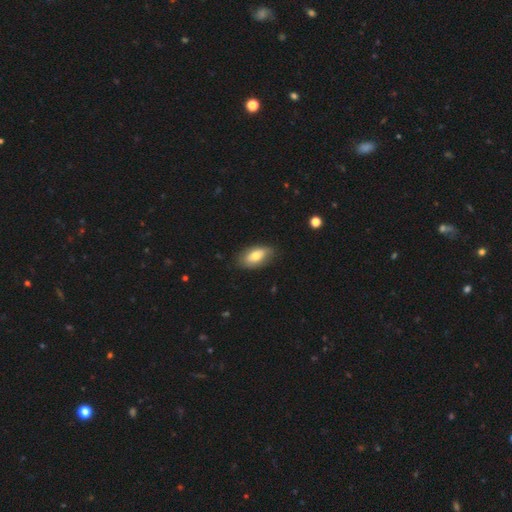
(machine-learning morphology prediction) Overall: smooth (70%). How rounded: in between (92%). Merging: none (78%).